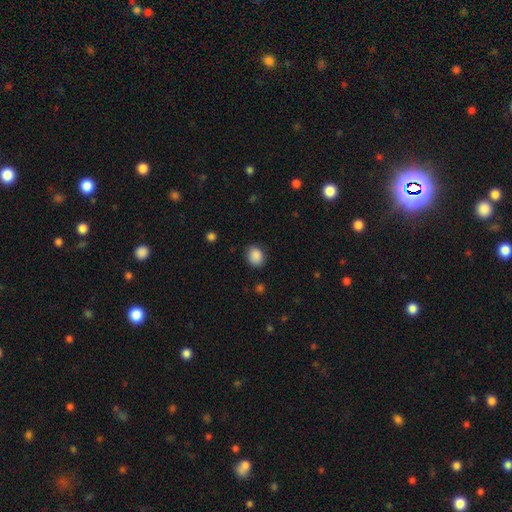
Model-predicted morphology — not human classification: smooth-or-featured: smooth: 88% | star or artifact: 9% | featured or disk: 3%
  how-rounded: round: 56% | in between: 43% | cigar-shaped: 1%
  merging: none: 83% | minor disturbance: 13% | major disturbance: 3% | merger: 1%